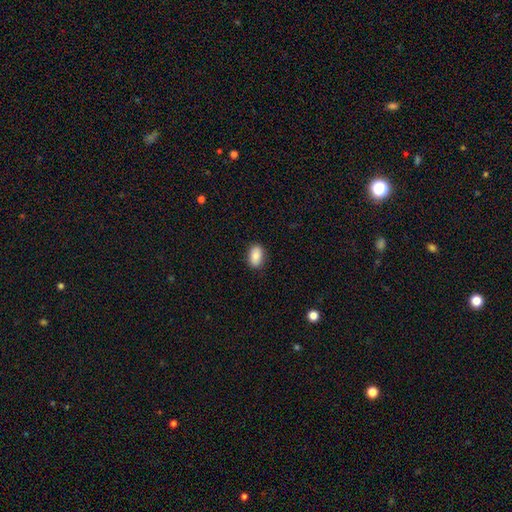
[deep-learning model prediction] smooth-or-featured: smooth: 86% | star or artifact: 7% | featured or disk: 7%
  how-rounded: in between: 89% | round: 9% | cigar-shaped: 2%
  merging: none: 87% | minor disturbance: 10% | major disturbance: 2% | merger: 1%